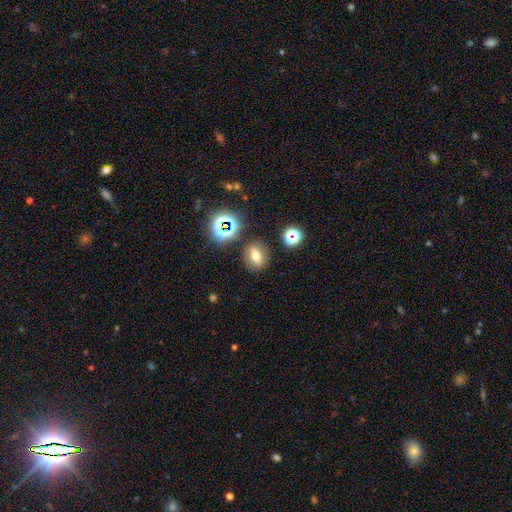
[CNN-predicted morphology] A smooth galaxy with no disk features (59%) that is in between round and cigar-shaped (51%). Merging: none (82%).